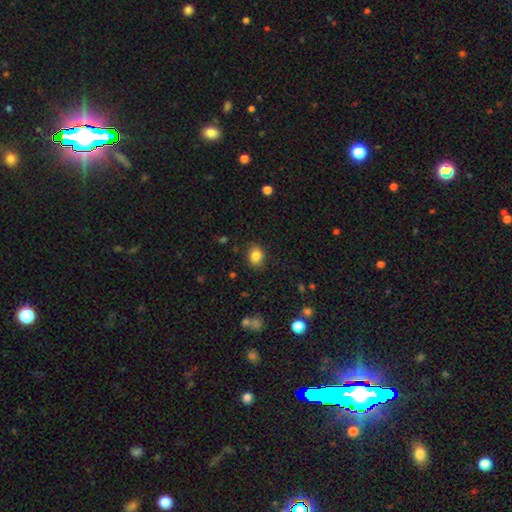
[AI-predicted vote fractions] This appears to be a smooth galaxy with no disk features (84%) that is in between round and cigar-shaped (52%). Merging: none (86%).